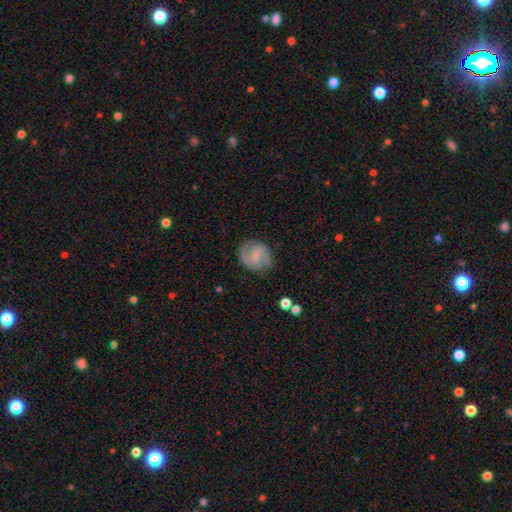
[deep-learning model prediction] Overall: featured or disk (69%). Edge-on disk: no (98%). Bar: weak (48%; no 42%). Spiral arms: yes (92%). Spiral arm count: 2 (84%). Spiral winding: medium (51%; tight 27%). Bulge size: small (65%). Merging: none (78%).